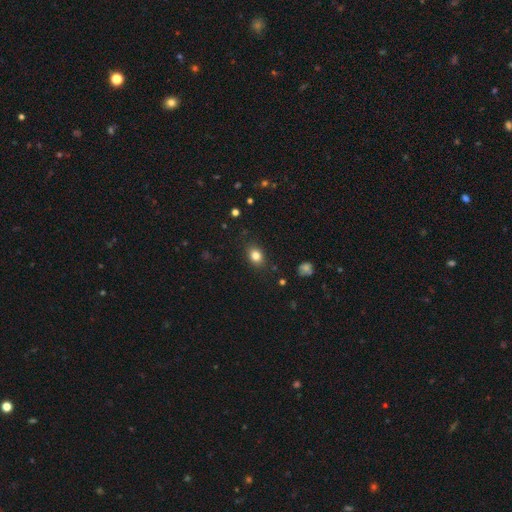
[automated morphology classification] This appears to be a smooth galaxy with no disk features (83%) that is in between round and cigar-shaped (66%). Merging: none (85%).